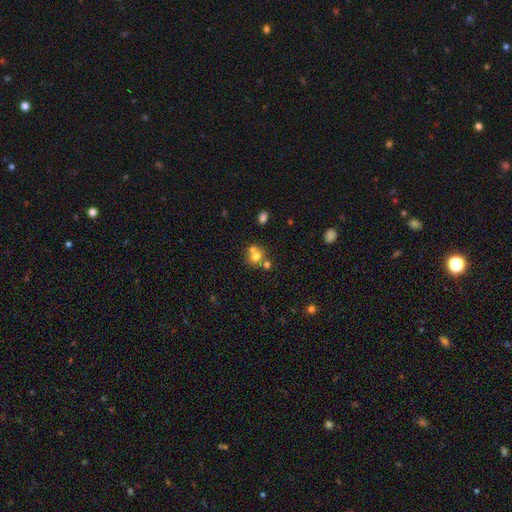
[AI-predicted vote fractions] Morphology: type=smooth (69%); roundness=round (76%); merging=merger (46%).